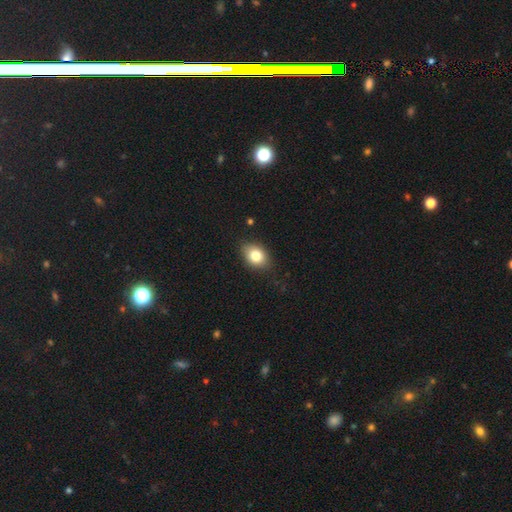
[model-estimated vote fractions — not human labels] Smooth or featured?
  - smooth: 80% *
  - featured or disk: 11%
  - star or artifact: 9%
How rounded?
  - in between: 70% *
  - round: 29%
  - cigar-shaped: 1%
Merging?
  - none: 81% *
  - minor disturbance: 15%
  - major disturbance: 3%
  - merger: 1%